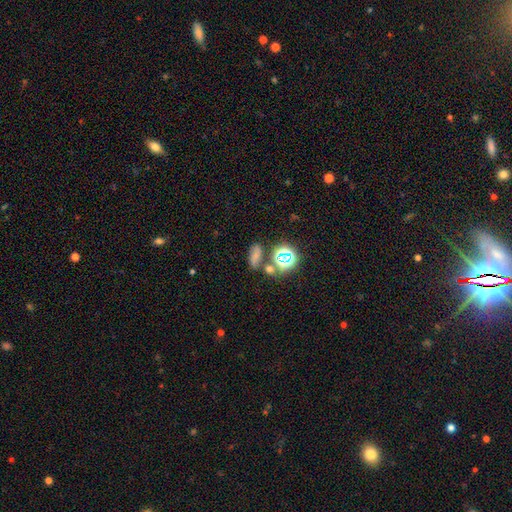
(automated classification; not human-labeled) Smooth or featured? smooth (62%)
How rounded? in between (69%)
Merging? none (59%)